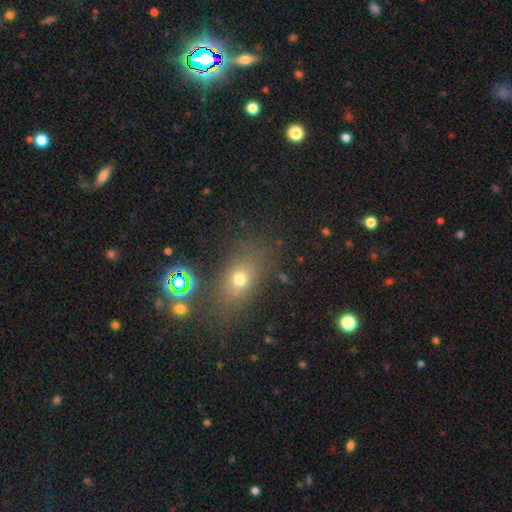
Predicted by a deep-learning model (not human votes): A smooth galaxy with no disk features (57%) that is in between round and cigar-shaped (63%).

Vote fractions:
- Smooth or featured? smooth: 57% / star or artifact: 30% / featured or disk: 13%
- How rounded? in between: 63% / round: 32% / cigar-shaped: 6%
- Merging? none: 80% / minor disturbance: 10% / merger: 5% / major disturbance: 4%